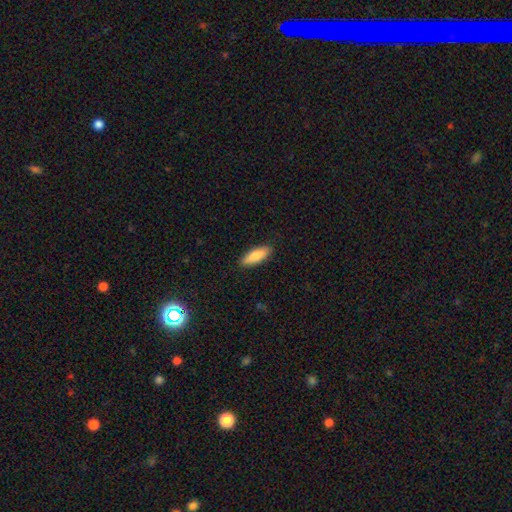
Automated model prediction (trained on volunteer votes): smooth_or_featured: smooth (p=0.83) [alt: featured or disk p=0.11]
how_rounded: in between (p=0.59) [alt: cigar-shaped p=0.39]
merging: none (p=0.89) [alt: minor disturbance p=0.09]